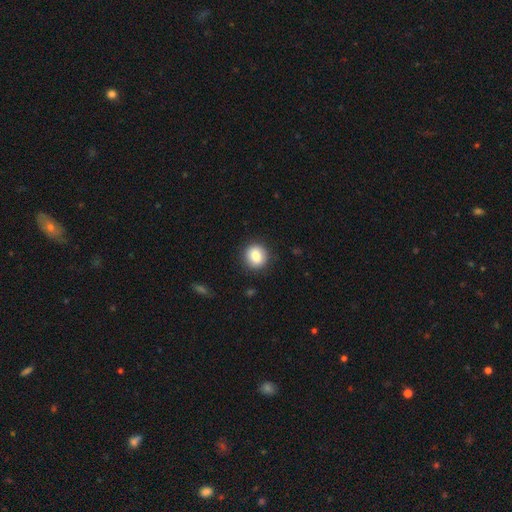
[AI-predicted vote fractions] This is clearly a smooth galaxy (84%). How rounded: clearly round (86%). Merging: clearly none (89%).